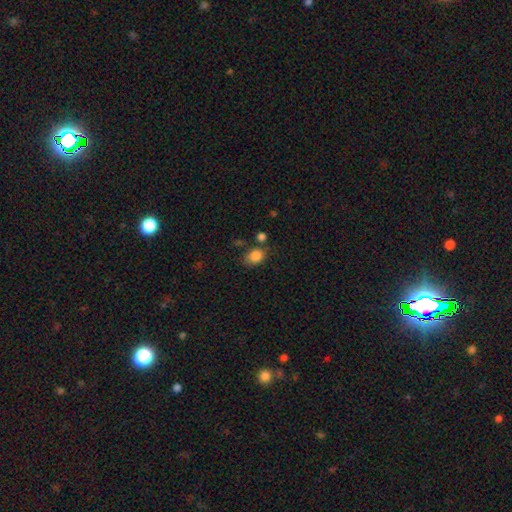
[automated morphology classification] smooth_or_featured: smooth (p=0.85) [alt: star or artifact p=0.10]
how_rounded: in between (p=0.59) [alt: round p=0.40]
merging: none (p=0.64) [alt: minor disturbance p=0.20]